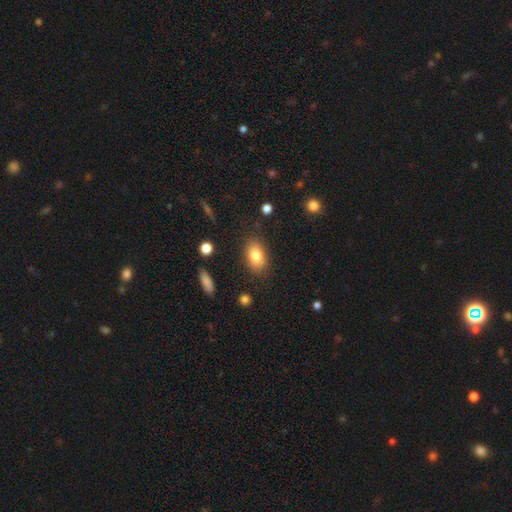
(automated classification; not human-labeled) Overall: smooth (81%). How rounded: in between (84%). Merging: none (83%).